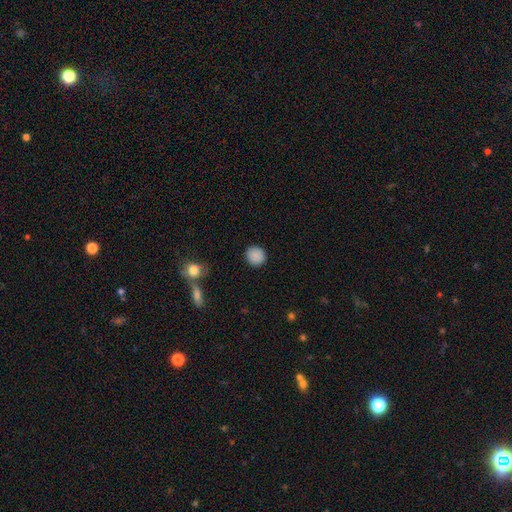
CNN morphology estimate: Smooth or featured? Predicted: smooth (p=0.88). How rounded? Predicted: round (p=0.90). Merging? Predicted: none (p=0.90).